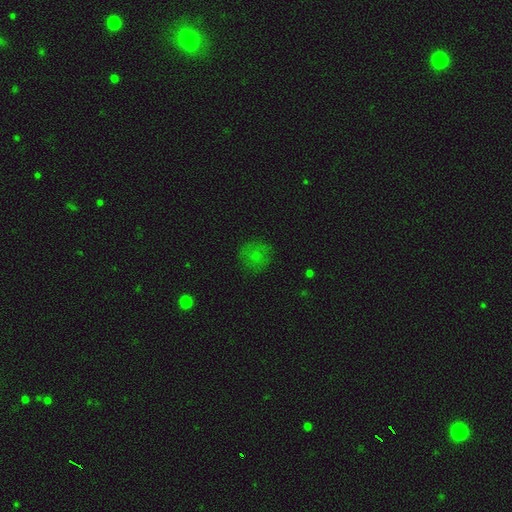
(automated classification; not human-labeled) This appears to be a smooth galaxy with no disk features (67%) that is round (84%). Merging: none (73%).